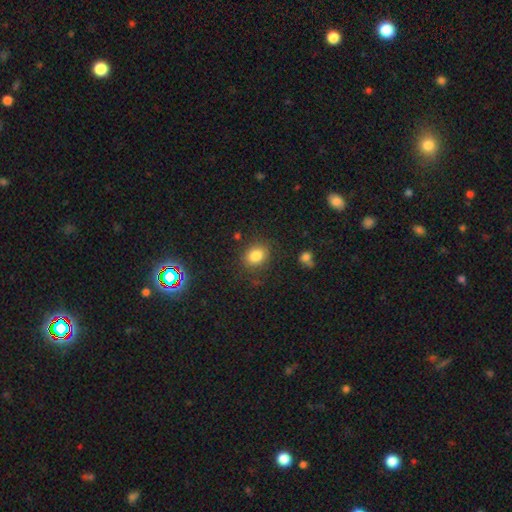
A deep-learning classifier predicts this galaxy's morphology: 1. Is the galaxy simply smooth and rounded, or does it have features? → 83% smooth, 11% star or artifact, 6% featured or disk.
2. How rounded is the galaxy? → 50% in between, 49% round, 1% cigar-shaped.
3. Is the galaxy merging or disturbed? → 81% none, 12% minor disturbance, 4% major disturbance, 3% merger.